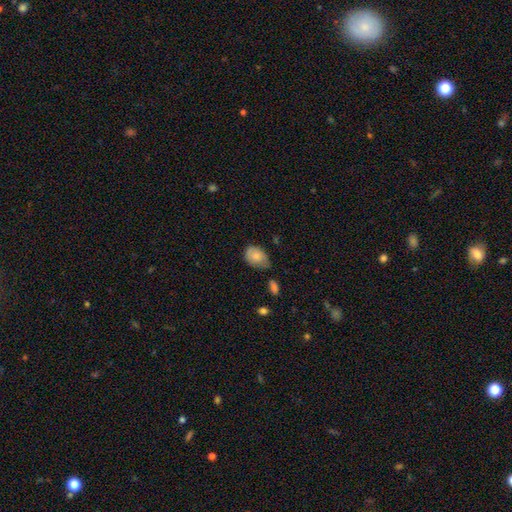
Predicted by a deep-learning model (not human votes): Smooth or featured? Predicted: smooth (p=0.79). How rounded? Predicted: in between (p=0.78). Merging? Predicted: none (p=0.44).